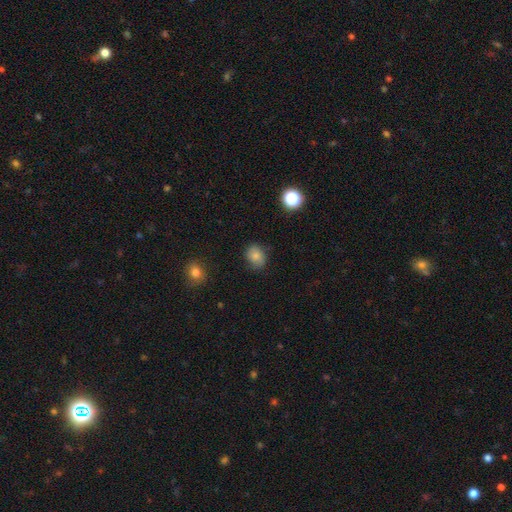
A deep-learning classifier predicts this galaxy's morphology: Overall: smooth (79%). How rounded: in between (52%; round 47%). Merging: none (77%).